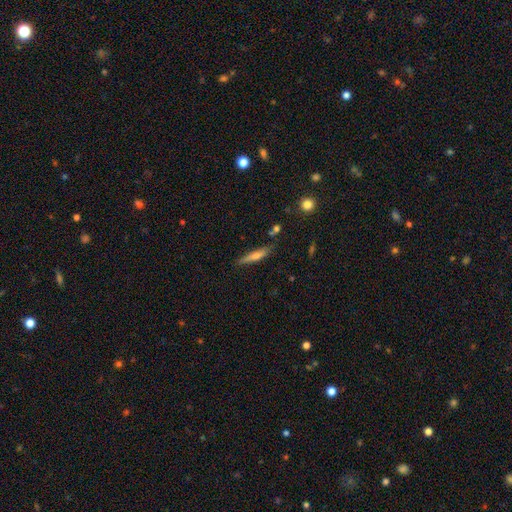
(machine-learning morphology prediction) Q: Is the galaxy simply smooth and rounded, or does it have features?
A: smooth — 51%.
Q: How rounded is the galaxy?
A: cigar-shaped — 88%.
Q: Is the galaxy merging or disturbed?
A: none — 79%.